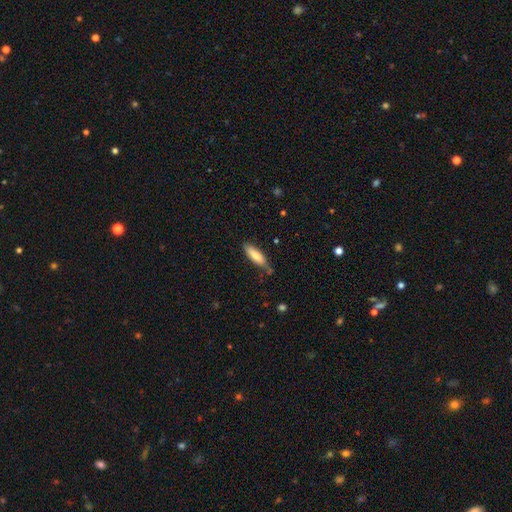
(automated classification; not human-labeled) Smooth or featured? smooth (78%)
How rounded? cigar-shaped (57%)
Merging? none (71%)